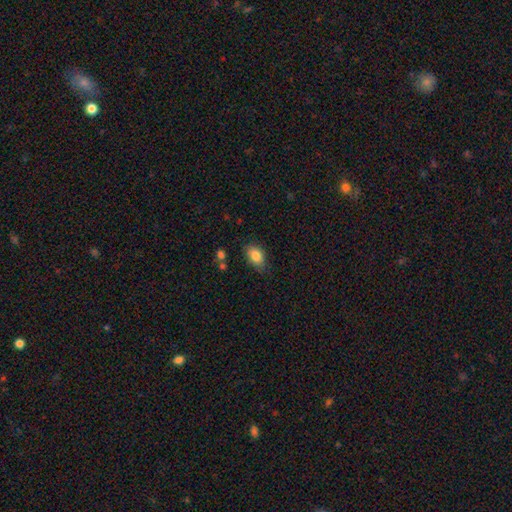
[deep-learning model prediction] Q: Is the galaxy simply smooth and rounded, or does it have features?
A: smooth — 84%.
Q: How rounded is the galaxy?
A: in between — 87%.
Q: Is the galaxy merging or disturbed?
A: none — 75%.